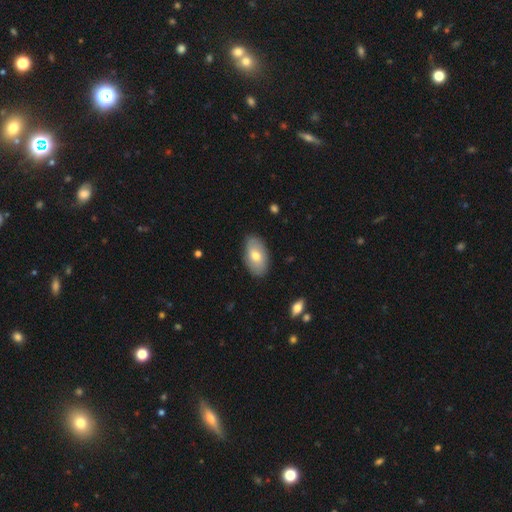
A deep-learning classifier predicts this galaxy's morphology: A smooth galaxy with no disk features (68%) that is in between round and cigar-shaped (94%). Merging: none (85%).